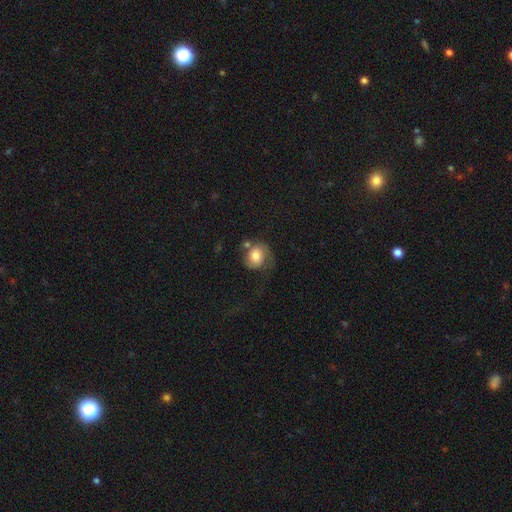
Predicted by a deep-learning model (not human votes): This is possibly a smooth galaxy (50%). How rounded: likely round (70%). Merging: marginally none (39%).